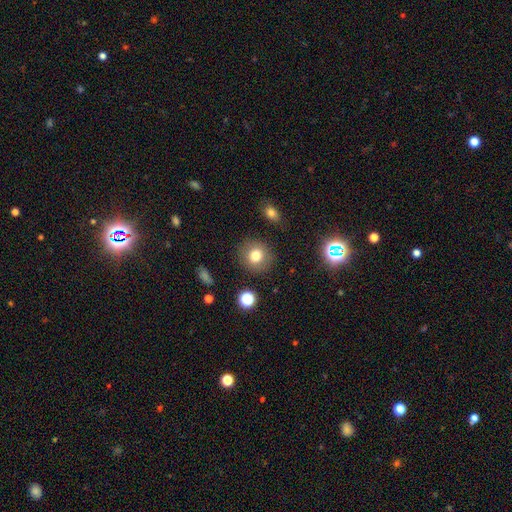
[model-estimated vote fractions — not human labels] A smooth galaxy with no disk features (77%) that is round (88%). Merging: none (86%).